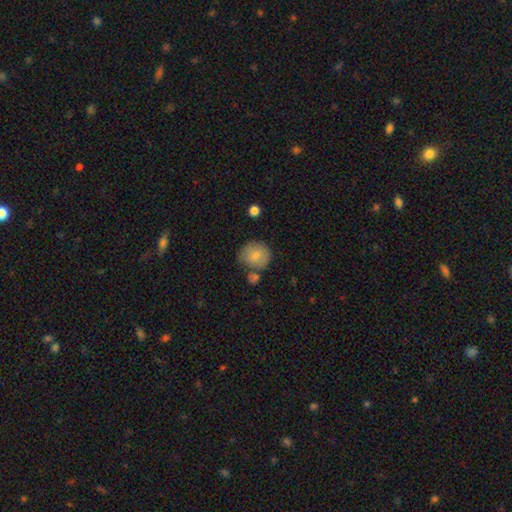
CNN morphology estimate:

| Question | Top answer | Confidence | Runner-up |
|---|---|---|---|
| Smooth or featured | smooth | 79% | featured or disk (14%) |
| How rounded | round | 76% | in between (23%) |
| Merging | none | 60% | minor disturbance (20%) |